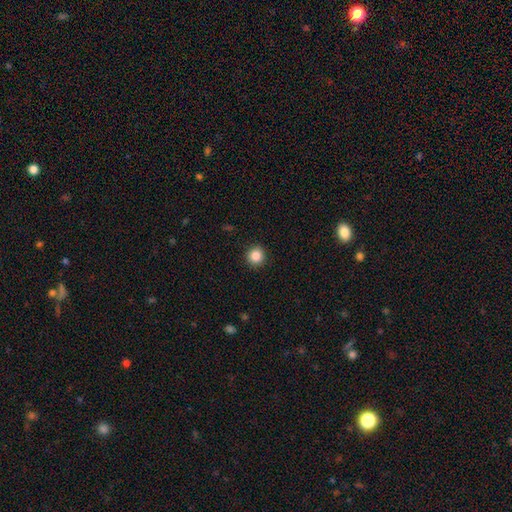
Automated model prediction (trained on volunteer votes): Morphology: type=smooth (85%); roundness=round (93%); merging=none (92%).